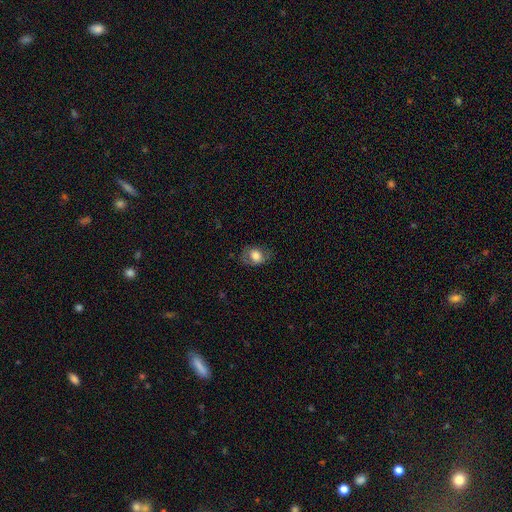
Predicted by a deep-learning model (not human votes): Smooth or featured: smooth — 71% (featured or disk — 21%)
How rounded: in between — 62% (round — 37%)
Merging: none — 65% (minor disturbance — 23%)